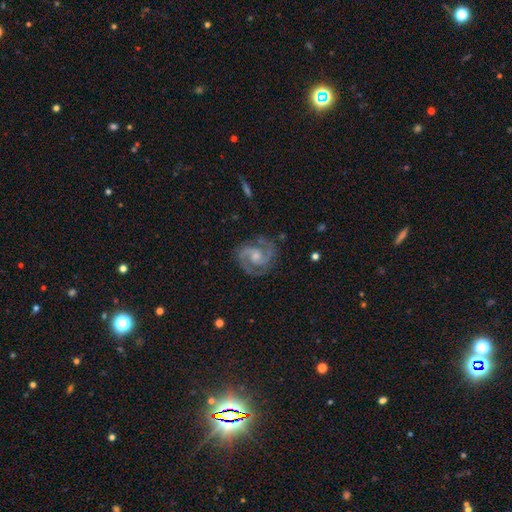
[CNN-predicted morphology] Overall: featured or disk (89%). Edge-on disk: no (98%). Bar: no (46%; weak 43%). Spiral arms: yes (98%). Spiral arm count: 2 (89%). Spiral winding: medium (53%; tight 39%). Bulge size: moderate (45%; small 42%). Merging: none (81%).